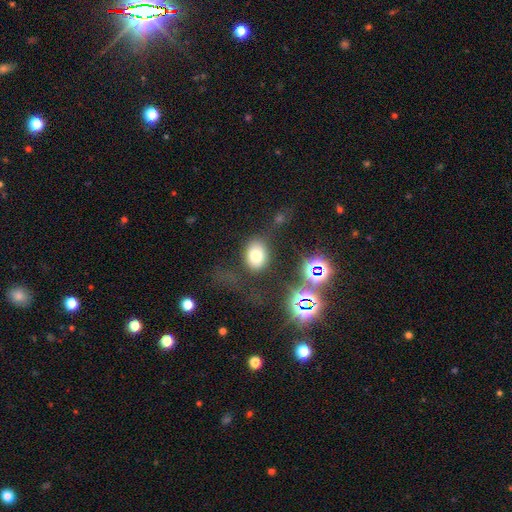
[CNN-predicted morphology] Smooth or featured: smooth — 72% (star or artifact — 15%)
How rounded: in between — 63% (round — 36%)
Merging: none — 67% (minor disturbance — 16%)